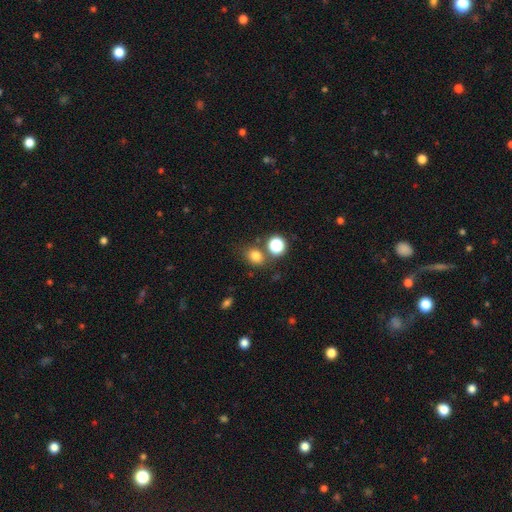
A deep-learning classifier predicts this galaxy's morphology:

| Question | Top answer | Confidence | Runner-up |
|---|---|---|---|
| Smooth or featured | smooth | 77% | star or artifact (16%) |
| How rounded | round | 55% | in between (44%) |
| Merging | none | 69% | merger (14%) |